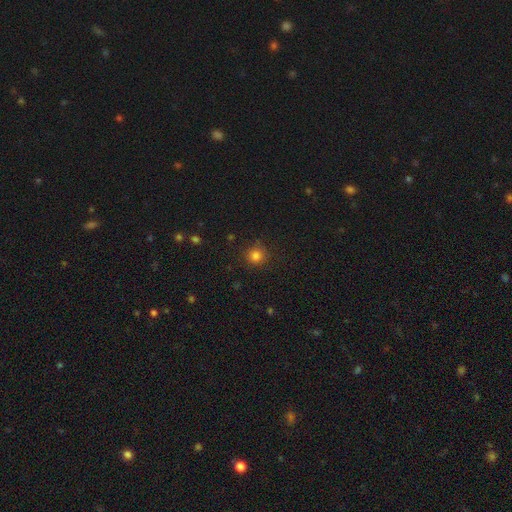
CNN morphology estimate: Smooth or featured? Predicted: smooth (p=0.83). How rounded? Predicted: round (p=0.93). Merging? Predicted: none (p=0.87).